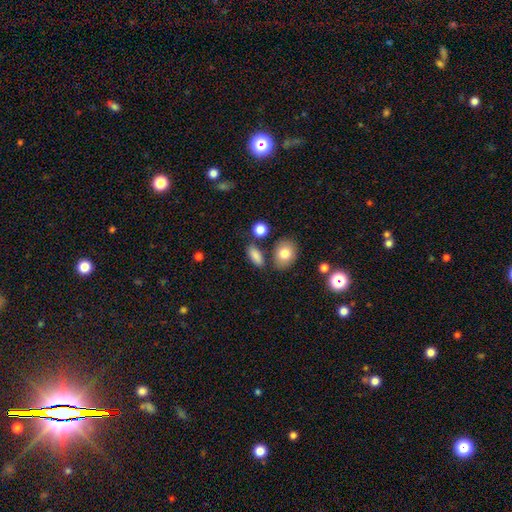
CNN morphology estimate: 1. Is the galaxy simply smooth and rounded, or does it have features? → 85% smooth, 8% star or artifact, 7% featured or disk.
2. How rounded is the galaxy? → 83% in between, 10% round, 8% cigar-shaped.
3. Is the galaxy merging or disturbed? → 73% none, 14% minor disturbance, 9% merger, 5% major disturbance.